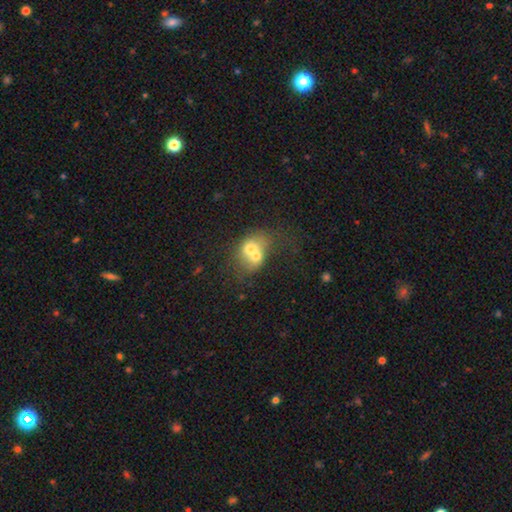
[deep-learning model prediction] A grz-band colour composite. It shows a smooth galaxy with no disk features (58%) that is round (54%). Merging: merger (73%).